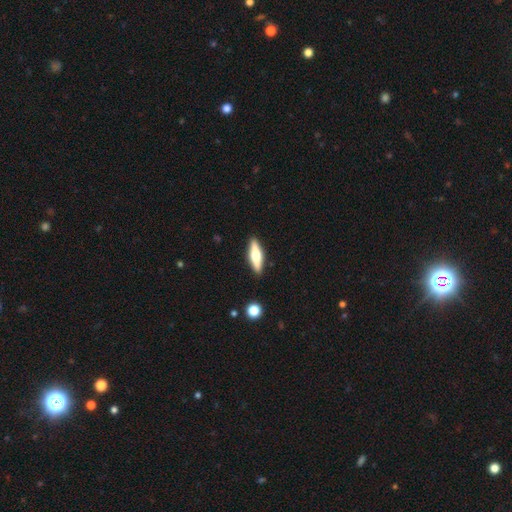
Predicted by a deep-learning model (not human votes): smooth-or-featured: featured or disk: 52% | smooth: 43% | star or artifact: 6%
  disk-edge-on: yes: 93% | no: 7%
  merging: none: 89% | minor disturbance: 8% | major disturbance: 2% | merger: 2%